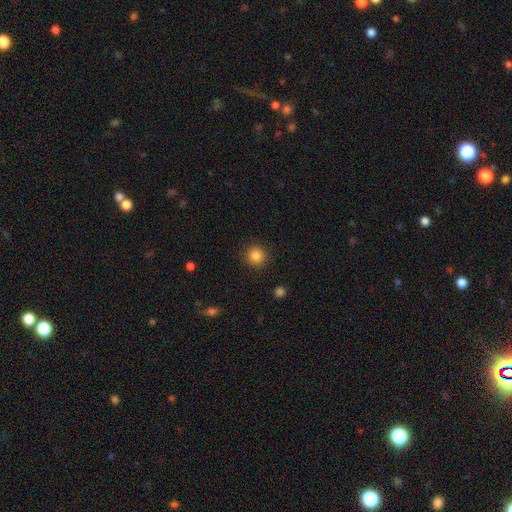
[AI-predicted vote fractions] Q: Smooth or featured?
A: smooth (85%); runner-up: star or artifact (11%)
Q: How rounded?
A: round (92%); runner-up: in between (7%)
Q: Merging?
A: none (90%); runner-up: minor disturbance (6%)